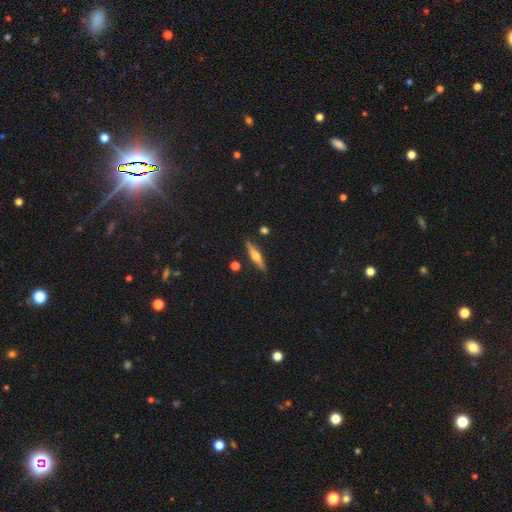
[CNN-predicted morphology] This appears to be a featured or disk galaxy (57%) viewed edge-on (96%) with a rounded central bulge (88%). Merging: none (86%).